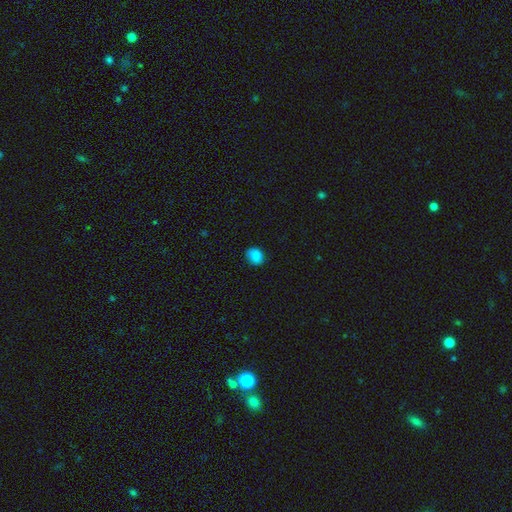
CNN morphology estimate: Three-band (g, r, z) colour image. It shows a smooth galaxy with no disk features (86%) that is round (61%). Merging: none (82%).